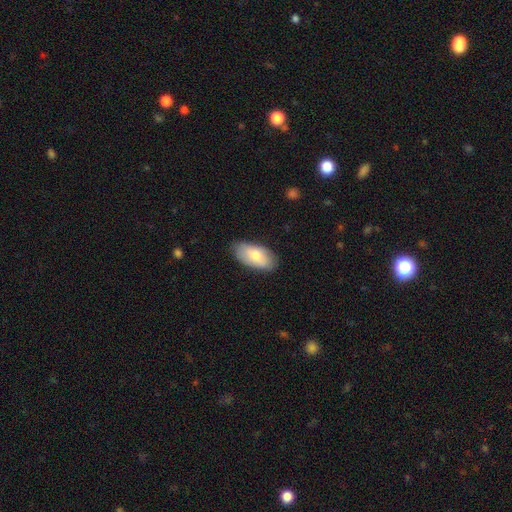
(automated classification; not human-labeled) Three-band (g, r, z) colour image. It shows a smooth galaxy with no disk features (74%) that is in between round and cigar-shaped (93%). Merging: none (80%).